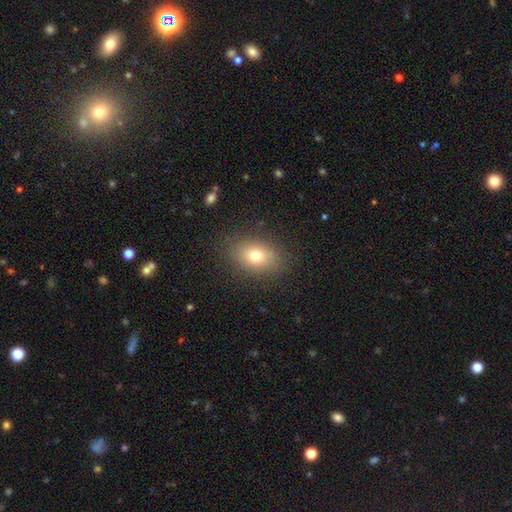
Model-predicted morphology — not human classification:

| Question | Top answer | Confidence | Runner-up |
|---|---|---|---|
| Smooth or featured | smooth | 75% | featured or disk (13%) |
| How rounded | in between | 76% | round (22%) |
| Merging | none | 85% | minor disturbance (10%) |